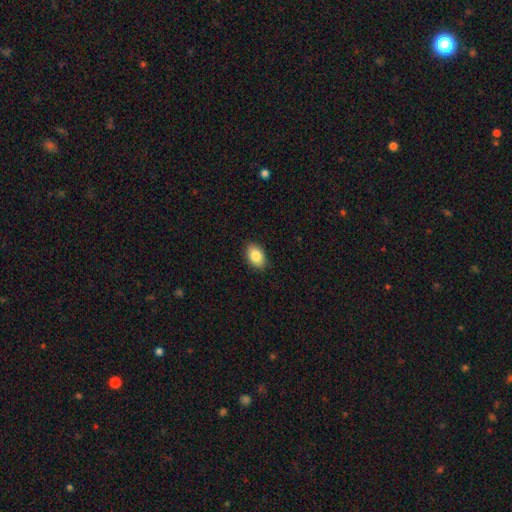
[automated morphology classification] This appears to be a smooth galaxy with no disk features (86%) that is in between round and cigar-shaped (87%). Merging: none (89%).